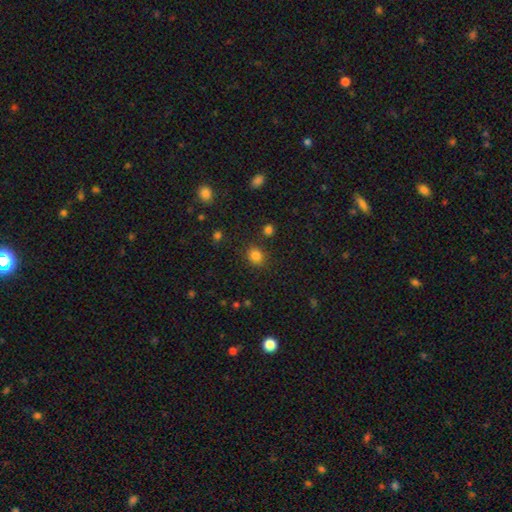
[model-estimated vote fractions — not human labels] smooth-or-featured: smooth: 82% | star or artifact: 14% | featured or disk: 4%
  how-rounded: round: 70% | in between: 29% | cigar-shaped: 1%
  merging: none: 81% | minor disturbance: 11% | major disturbance: 4% | merger: 4%